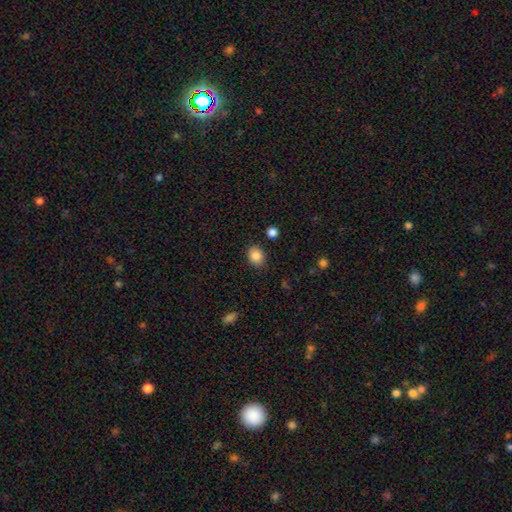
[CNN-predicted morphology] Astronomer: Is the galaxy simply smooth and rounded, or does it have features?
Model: smooth — 87%.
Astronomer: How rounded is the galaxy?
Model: in between — 52% (runner-up: round, 47%).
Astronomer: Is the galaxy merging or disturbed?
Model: none — 84%.